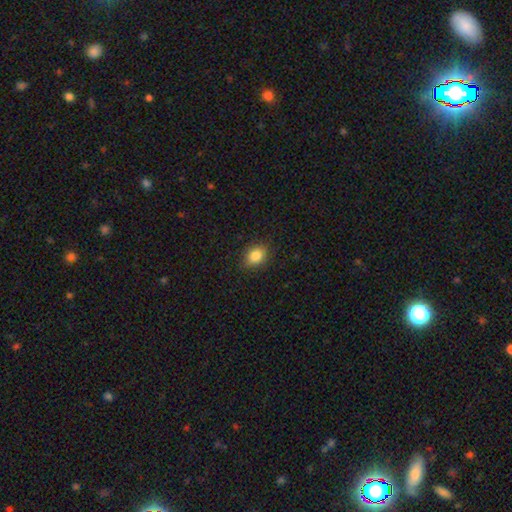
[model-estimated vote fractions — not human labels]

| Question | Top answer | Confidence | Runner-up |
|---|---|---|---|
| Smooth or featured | smooth | 85% | star or artifact (10%) |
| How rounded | in between | 63% | round (36%) |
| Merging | none | 86% | minor disturbance (11%) |